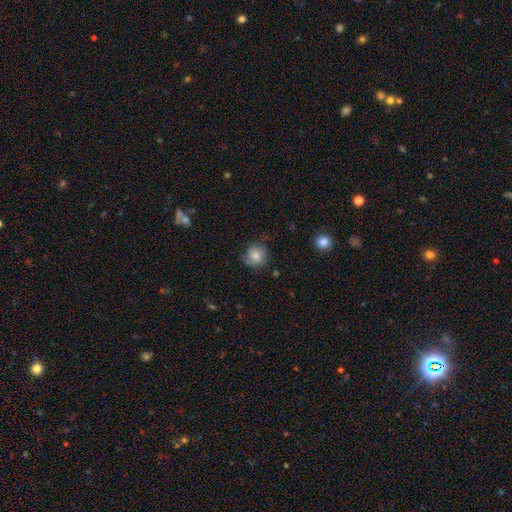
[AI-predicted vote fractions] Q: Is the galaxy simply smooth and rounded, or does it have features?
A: smooth — 76%.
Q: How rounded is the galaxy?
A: round — 88%.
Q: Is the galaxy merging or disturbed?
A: none — 73%.